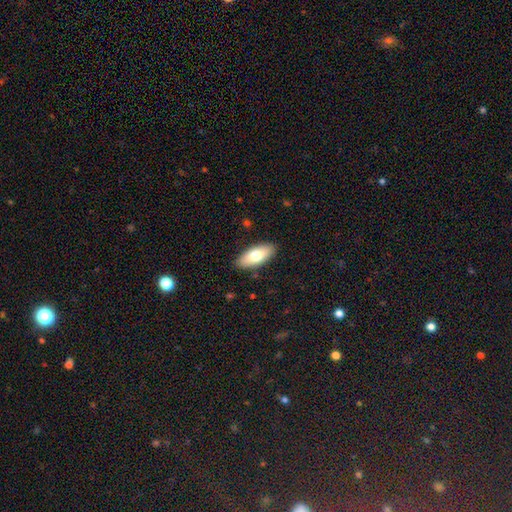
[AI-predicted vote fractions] smooth-or-featured: smooth: 73% | featured or disk: 21% | star or artifact: 6%
  how-rounded: in between: 85% | cigar-shaped: 13% | round: 2%
  merging: none: 89% | minor disturbance: 9% | major disturbance: 2% | merger: 1%